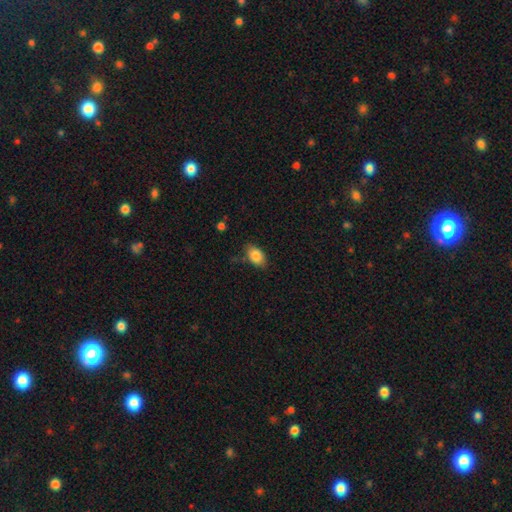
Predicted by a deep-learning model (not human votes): This is clearly a smooth galaxy (85%). How rounded: clearly in between (88%). Merging: likely none (78%).